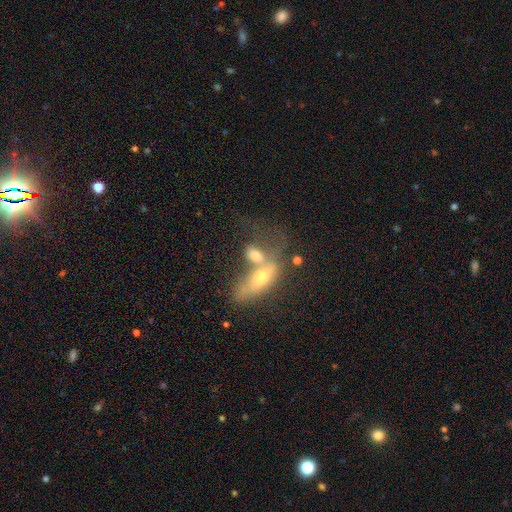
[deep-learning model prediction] smooth 58%, featured or disk 32%, star or artifact 10%. Down the decision tree: how rounded — in between (72%); merging — merger (62%).